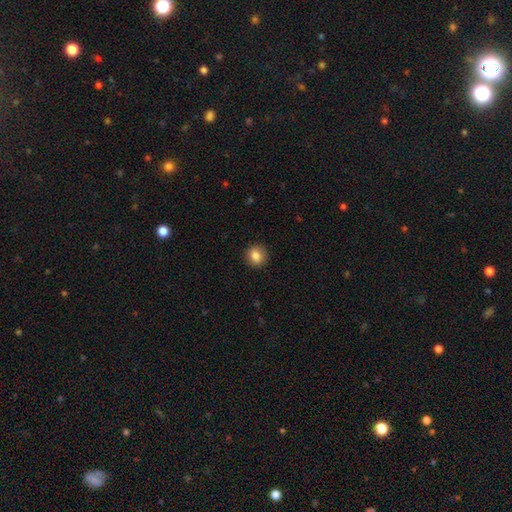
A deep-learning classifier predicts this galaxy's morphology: smooth 85%, star or artifact 9%, featured or disk 6%. Down the decision tree: how rounded — round (86%); merging — none (91%).